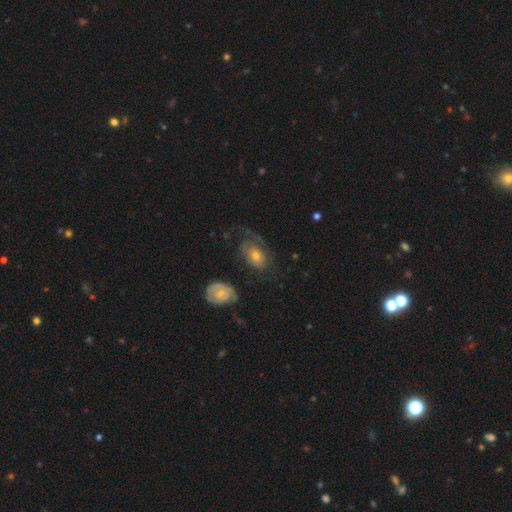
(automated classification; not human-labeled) Smooth or featured? Predicted: featured or disk (p=0.57). Edge-on disk? Predicted: no (p=0.94). Bar? Predicted: no (p=0.79). Spiral arms? Predicted: yes (p=0.73). Bulge size? Predicted: moderate (p=0.49). Merging? Predicted: none (p=0.44).